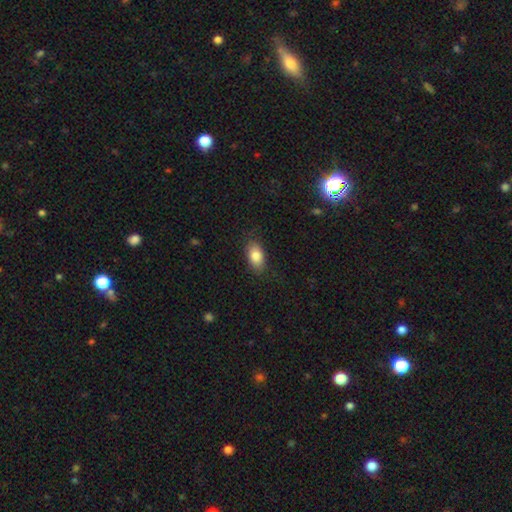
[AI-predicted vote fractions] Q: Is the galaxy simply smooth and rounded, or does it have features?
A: smooth — 84%.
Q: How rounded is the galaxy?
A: in between — 92%.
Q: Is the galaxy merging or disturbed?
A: none — 84%.